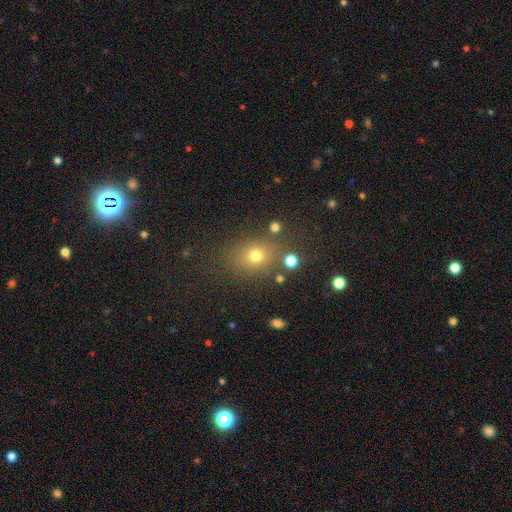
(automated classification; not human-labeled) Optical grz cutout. It shows a smooth galaxy with no disk features (70%) that is round (55%). Merging: none (77%).